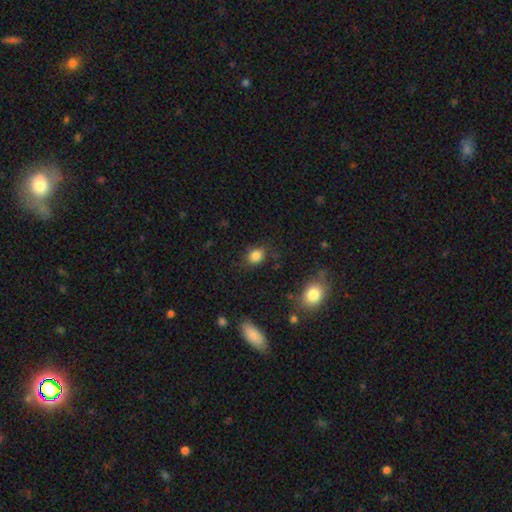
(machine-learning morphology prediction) smooth-or-featured: smooth: 84% | star or artifact: 11% | featured or disk: 6%
  how-rounded: in between: 58% | round: 40% | cigar-shaped: 1%
  merging: none: 77% | minor disturbance: 16% | major disturbance: 4% | merger: 2%